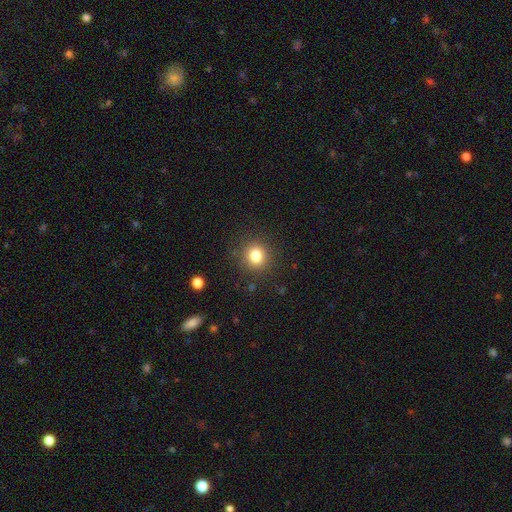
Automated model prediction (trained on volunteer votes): smooth-or-featured: smooth: 81% | star or artifact: 12% | featured or disk: 7%
  how-rounded: round: 88% | in between: 11% | cigar-shaped: 1%
  merging: none: 88% | minor disturbance: 7% | major disturbance: 3% | merger: 1%